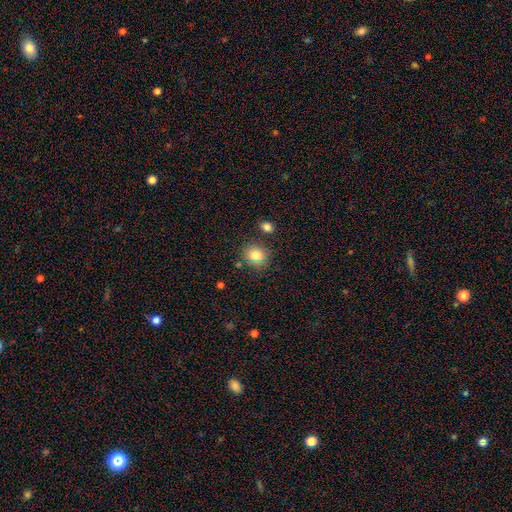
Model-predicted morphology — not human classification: This is clearly a smooth galaxy (81%). How rounded: likely round (70%). Merging: likely none (77%).